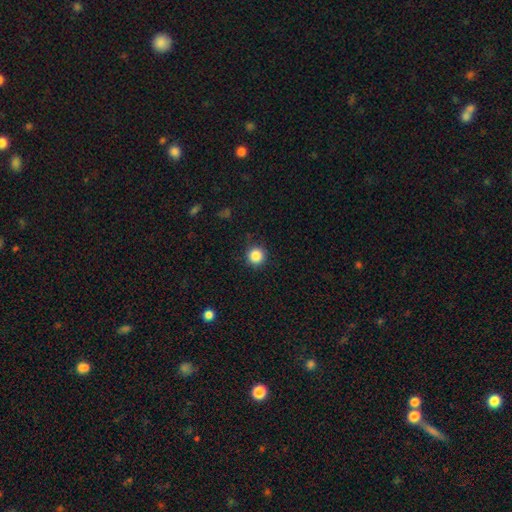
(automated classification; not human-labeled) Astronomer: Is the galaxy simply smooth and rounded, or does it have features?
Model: smooth — 86%.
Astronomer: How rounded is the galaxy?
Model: round — 95%.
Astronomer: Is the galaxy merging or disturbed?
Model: none — 90%.